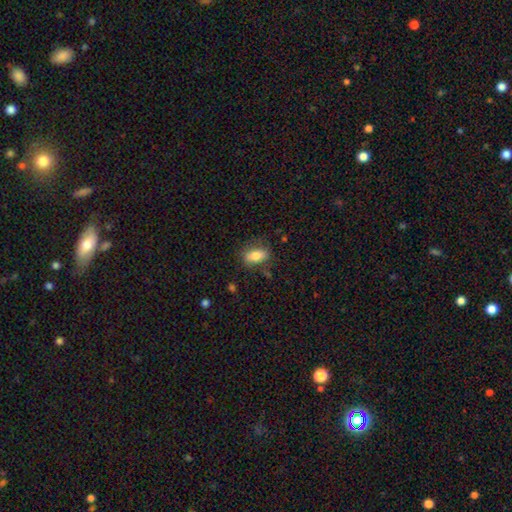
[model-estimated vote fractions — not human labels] Overall: smooth (77%). How rounded: in between (86%). Merging: none (74%).